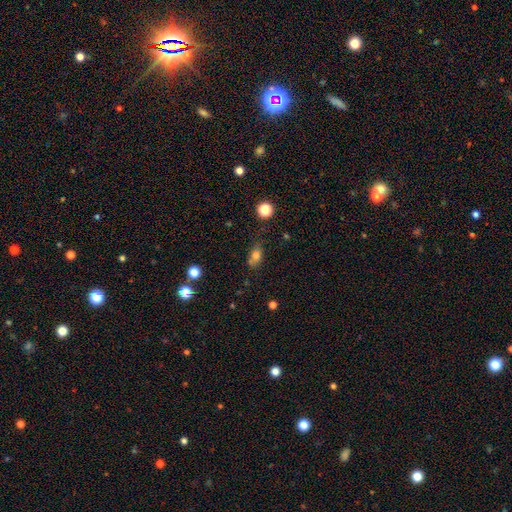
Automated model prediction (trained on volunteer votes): Smooth or featured? Predicted: smooth (p=0.76). How rounded? Predicted: in between (p=0.78). Merging? Predicted: none (p=0.65).